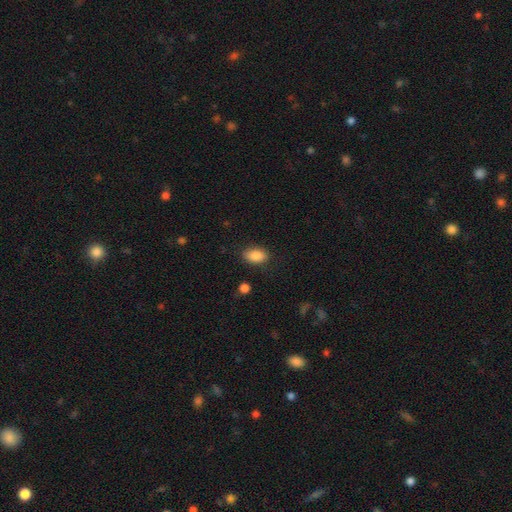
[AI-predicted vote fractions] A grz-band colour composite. It shows a smooth galaxy with no disk features (87%) that is in between round and cigar-shaped (87%). Merging: none (84%).